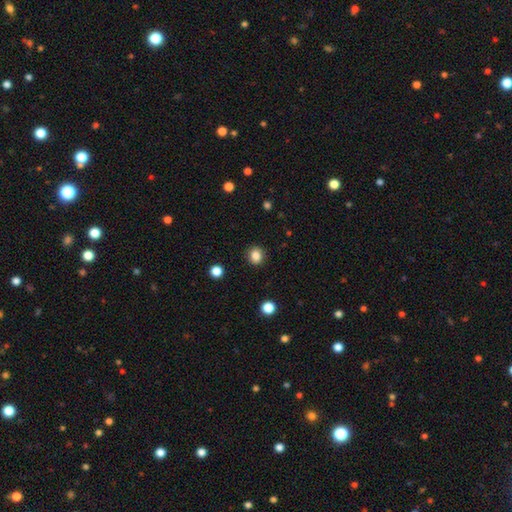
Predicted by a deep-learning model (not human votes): Smooth or featured? Predicted: smooth (p=0.85). How rounded? Predicted: round (p=0.74). Merging? Predicted: none (p=0.90).